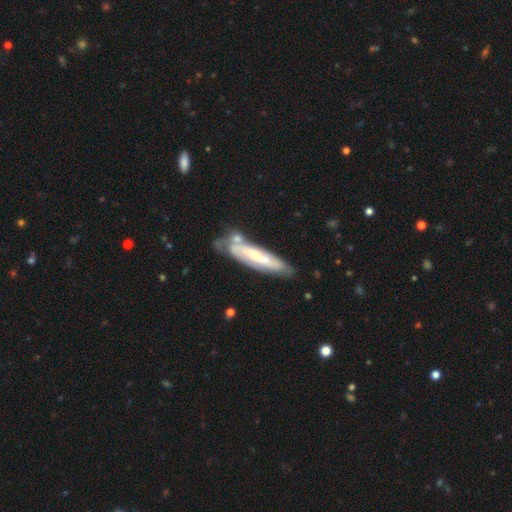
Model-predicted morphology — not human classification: Q: Smooth or featured?
A: featured or disk (64%); runner-up: smooth (29%)
Q: Edge-on disk?
A: no (60%); runner-up: yes (40%)
Q: Merging?
A: none (57%); runner-up: minor disturbance (23%)